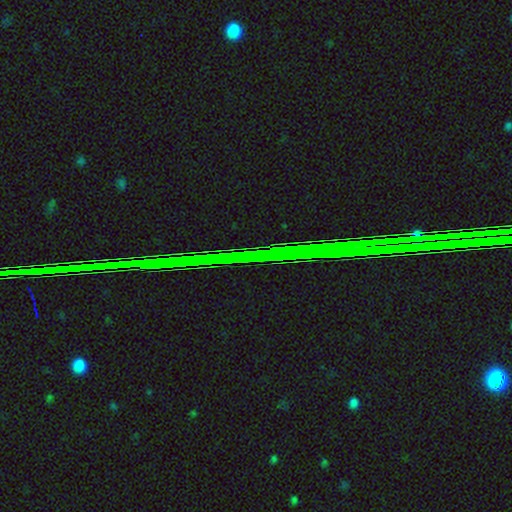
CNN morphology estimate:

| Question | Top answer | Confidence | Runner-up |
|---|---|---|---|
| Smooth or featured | star or artifact | 83% | featured or disk (10%) |